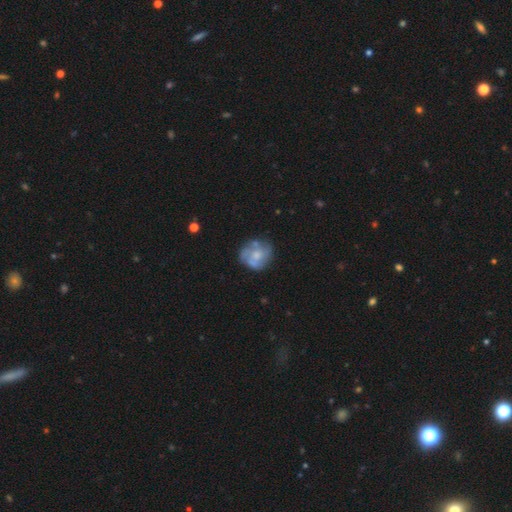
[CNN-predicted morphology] A featured or disk galaxy (51%).

Vote fractions:
- Smooth or featured? featured or disk: 51% / smooth: 41% / star or artifact: 8%
- Edge-on disk? no: 98% / yes: 2%
- Merging? none: 60% / minor disturbance: 22% / major disturbance: 12% / merger: 6%